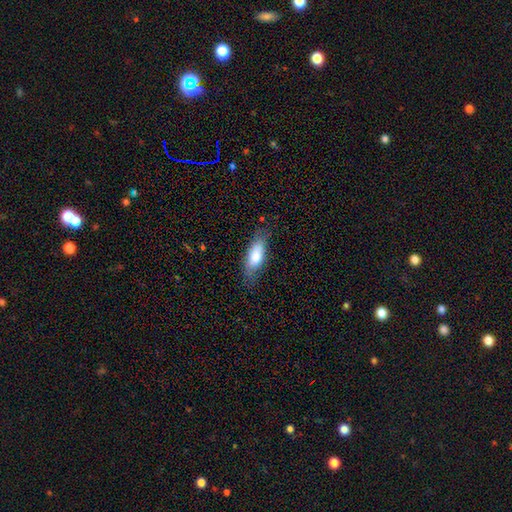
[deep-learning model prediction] smooth-or-featured: smooth: 77% | featured or disk: 17% | star or artifact: 6%
  how-rounded: in between: 71% | cigar-shaped: 27% | round: 2%
  merging: none: 71% | minor disturbance: 22% | major disturbance: 6% | merger: 1%